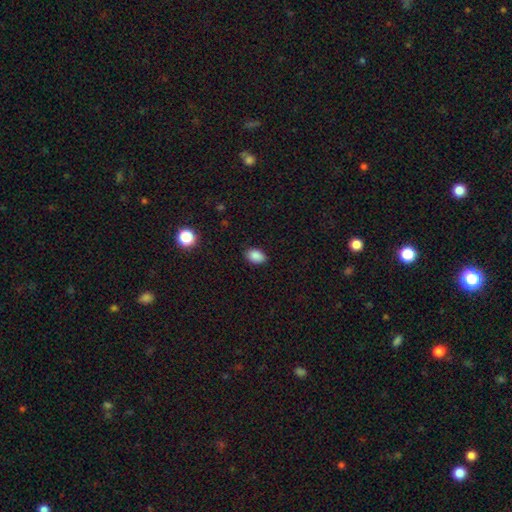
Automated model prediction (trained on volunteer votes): This appears to be a smooth galaxy with no disk features (87%) that is in between round and cigar-shaped (86%). Merging: none (86%).